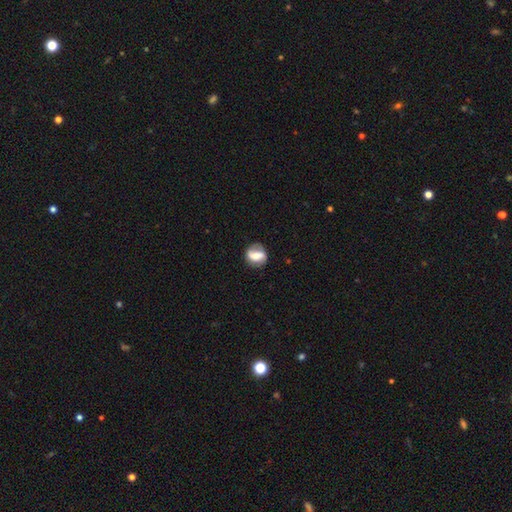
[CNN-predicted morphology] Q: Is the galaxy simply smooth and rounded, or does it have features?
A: featured or disk — 54%.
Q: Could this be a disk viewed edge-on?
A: no — 94%.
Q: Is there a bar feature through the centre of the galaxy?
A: strong — 51%.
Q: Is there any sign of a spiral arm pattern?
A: yes — 64%.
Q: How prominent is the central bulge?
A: moderate — 46%.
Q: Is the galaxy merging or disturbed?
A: none — 74%.